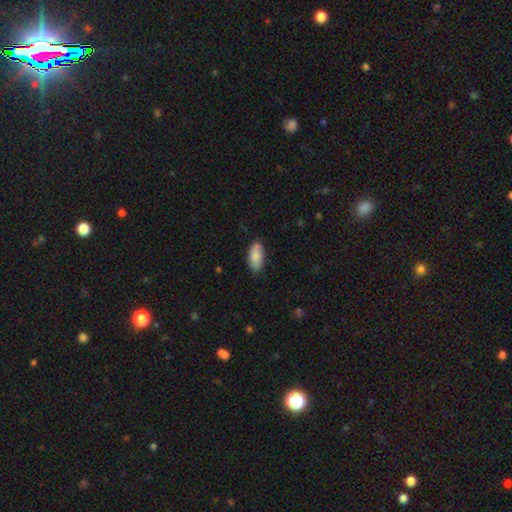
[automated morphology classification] A smooth galaxy with no disk features (85%) that is in between round and cigar-shaped (89%).

Vote fractions:
- Smooth or featured? smooth: 85% / featured or disk: 9% / star or artifact: 6%
- How rounded? in between: 89% / cigar-shaped: 9% / round: 2%
- Merging? none: 83% / minor disturbance: 13% / major disturbance: 2% / merger: 1%